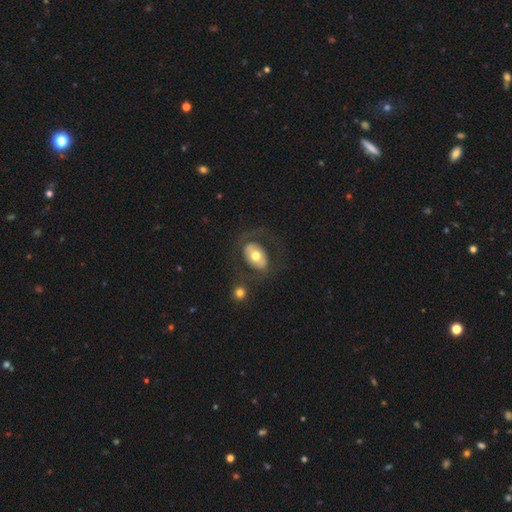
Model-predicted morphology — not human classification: Smooth or featured?
  - smooth: 50% *
  - featured or disk: 44%
  - star or artifact: 6%
Merging?
  - none: 65% *
  - major disturbance: 16%
  - minor disturbance: 14%
  - merger: 5%